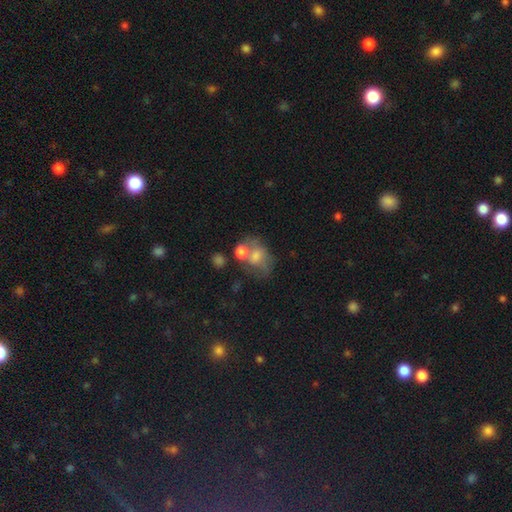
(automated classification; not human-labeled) A smooth galaxy with no disk features (55%) that is in between round and cigar-shaped (62%). Merging: merger (35%).